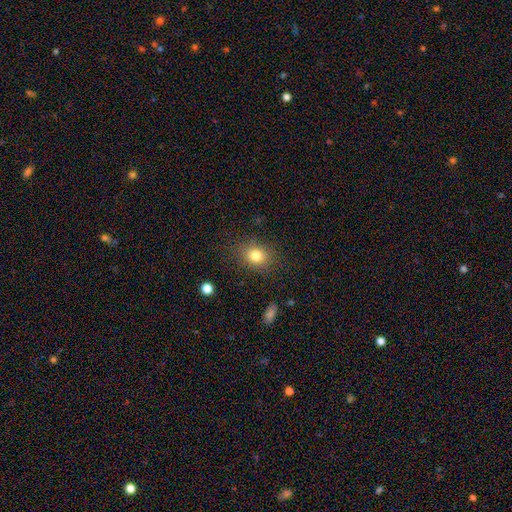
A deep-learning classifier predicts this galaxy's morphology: Smooth or featured: smooth — 79% (star or artifact — 12%)
How rounded: round — 52% (in between — 47%)
Merging: none — 81% (minor disturbance — 13%)